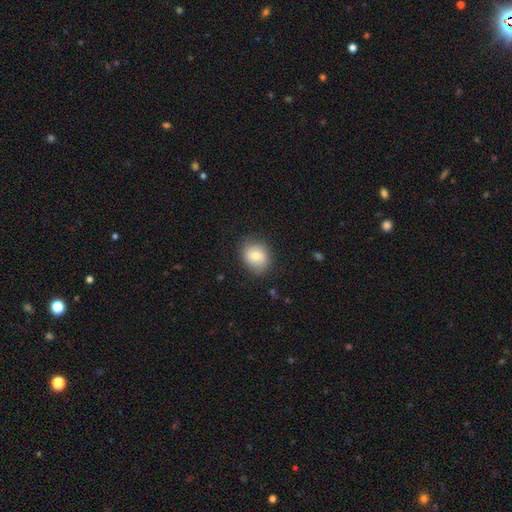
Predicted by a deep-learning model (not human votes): This is likely a smooth galaxy (74%). How rounded: likely round (64%). Merging: clearly none (82%).